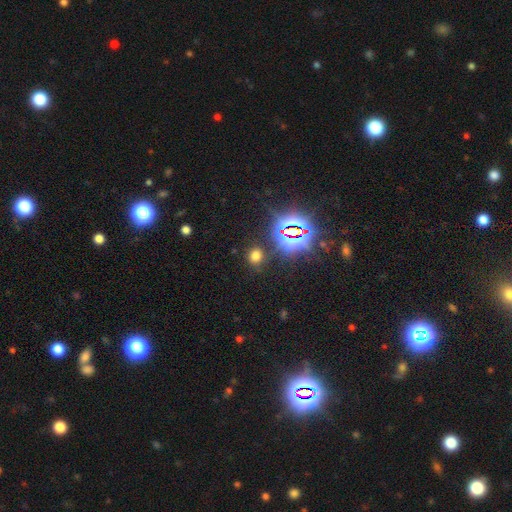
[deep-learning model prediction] smooth_or_featured: smooth (p=0.56) [alt: star or artifact p=0.37]
how_rounded: round (p=0.60) [alt: in between p=0.38]
merging: none (p=0.81) [alt: minor disturbance p=0.11]